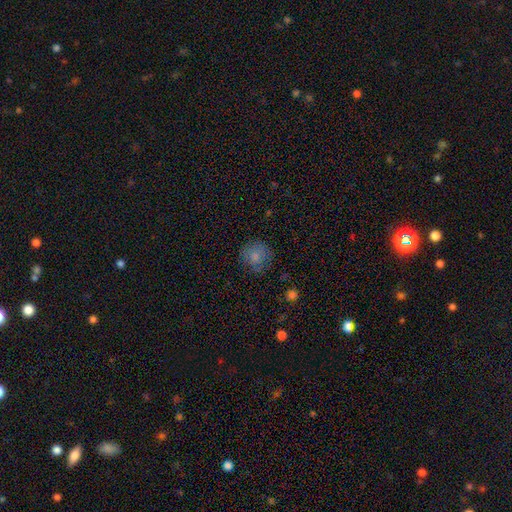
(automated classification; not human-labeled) Morphology: type=smooth (79%); roundness=round (89%); merging=none (75%).